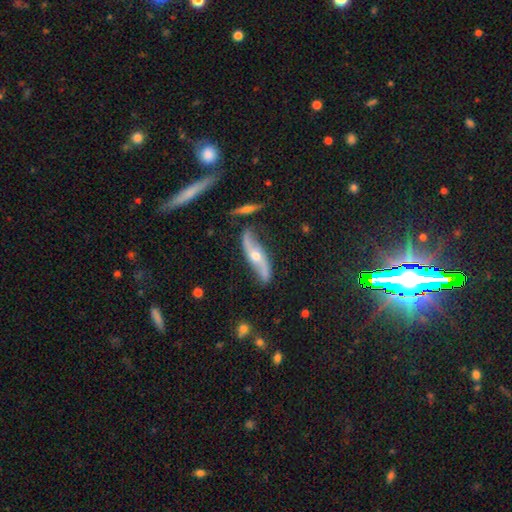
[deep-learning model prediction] featured or disk 78%, smooth 14%, star or artifact 7%. Down the decision tree: edge-on disk — no (71%); bar — no (66%); spiral arms — yes (90%); bulge size — moderate (65%); merging — none (74%).